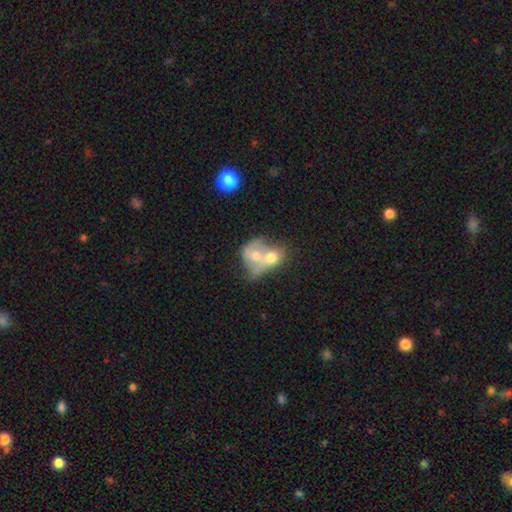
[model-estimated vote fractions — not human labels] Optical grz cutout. It shows a smooth galaxy with no disk features (52%) that is in between round and cigar-shaped (50%). Merging: merger (79%).